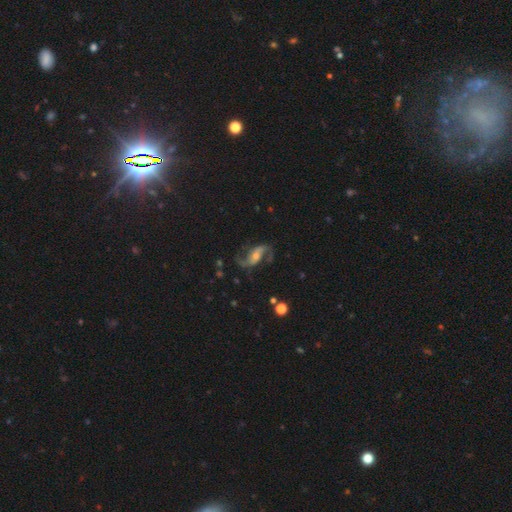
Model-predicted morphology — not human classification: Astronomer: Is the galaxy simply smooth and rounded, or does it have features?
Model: featured or disk — 88%.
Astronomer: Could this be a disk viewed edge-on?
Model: no — 97%.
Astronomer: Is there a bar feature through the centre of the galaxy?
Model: no — 38% (runner-up: weak, 35%).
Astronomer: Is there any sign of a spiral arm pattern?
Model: yes — 97%.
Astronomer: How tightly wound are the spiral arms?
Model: loose — 66%.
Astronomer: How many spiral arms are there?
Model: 2 — 94%.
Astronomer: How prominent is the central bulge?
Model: moderate — 49% (runner-up: small, 44%).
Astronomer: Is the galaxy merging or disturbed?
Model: none — 76%.